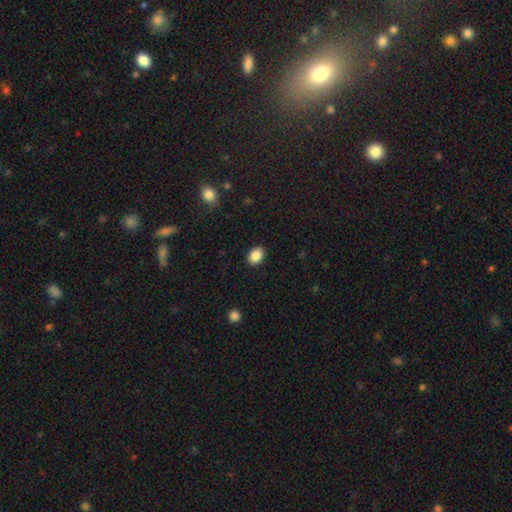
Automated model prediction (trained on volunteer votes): Overall: smooth (87%). How rounded: in between (64%; round 35%). Merging: none (90%).